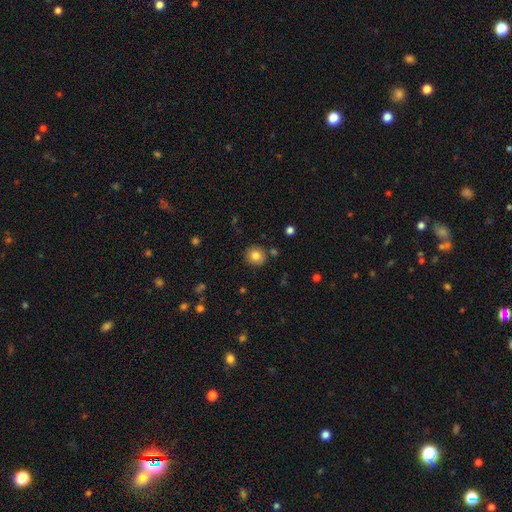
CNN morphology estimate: A smooth galaxy with no disk features (80%) that is round (90%).

Vote fractions:
- Smooth or featured? smooth: 80% / star or artifact: 10% / featured or disk: 9%
- How rounded? round: 90% / in between: 9% / cigar-shaped: 1%
- Merging? none: 86% / minor disturbance: 8% / merger: 4% / major disturbance: 2%